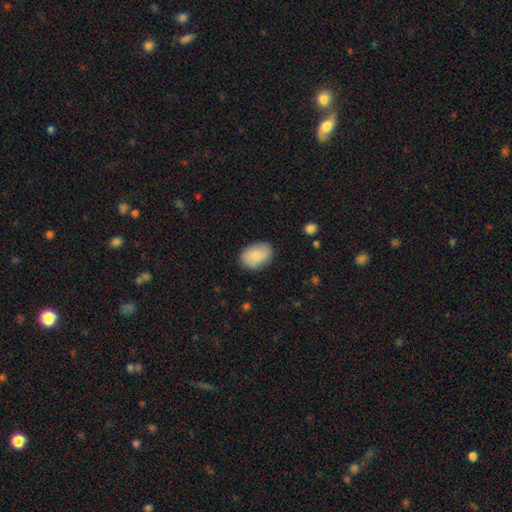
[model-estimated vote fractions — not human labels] Smooth or featured: smooth — 83% (featured or disk — 11%)
How rounded: in between — 82% (round — 17%)
Merging: none — 83% (minor disturbance — 13%)